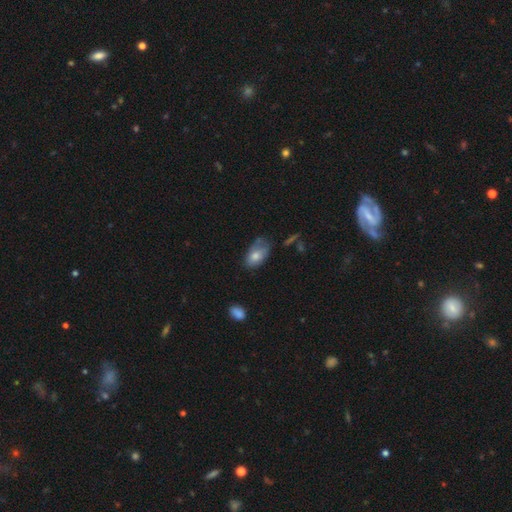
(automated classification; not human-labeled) Smooth or featured? Predicted: smooth (p=0.75). How rounded? Predicted: in between (p=0.91). Merging? Predicted: none (p=0.47).